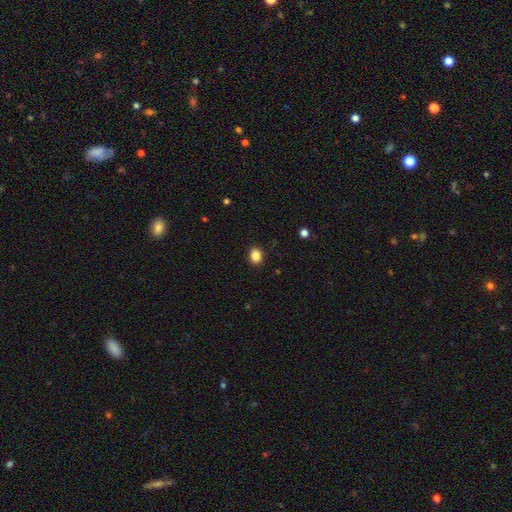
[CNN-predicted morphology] Smooth or featured: smooth — 87% (star or artifact — 10%)
How rounded: round — 54% (in between — 46%)
Merging: none — 91% (minor disturbance — 7%)